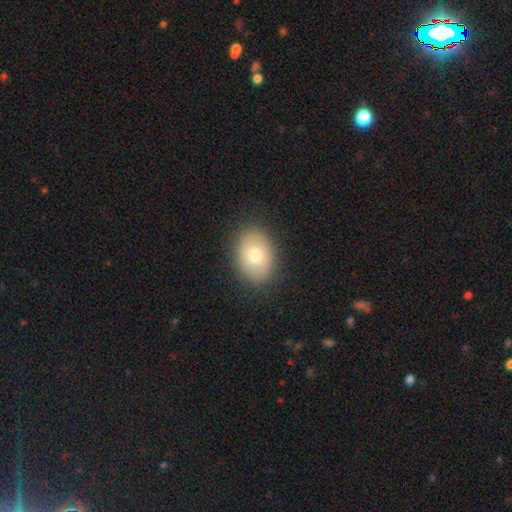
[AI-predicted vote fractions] A smooth galaxy with no disk features (76%) that is in between round and cigar-shaped (74%).

Vote fractions:
- Smooth or featured? smooth: 76% / featured or disk: 16% / star or artifact: 8%
- How rounded? in between: 74% / round: 25% / cigar-shaped: 1%
- Merging? none: 87% / minor disturbance: 9% / major disturbance: 3% / merger: 1%